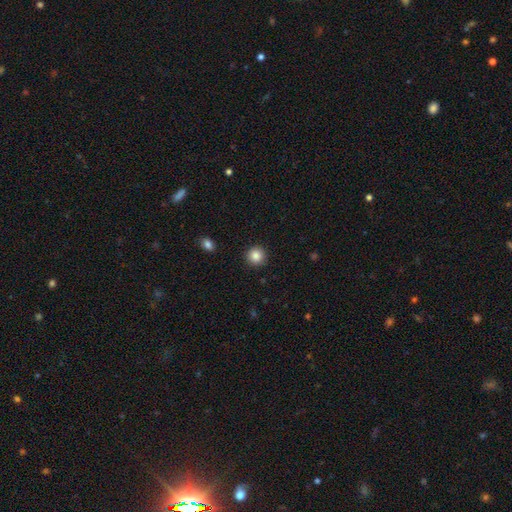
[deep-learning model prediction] Smooth or featured? smooth (86%)
How rounded? round (94%)
Merging? none (91%)